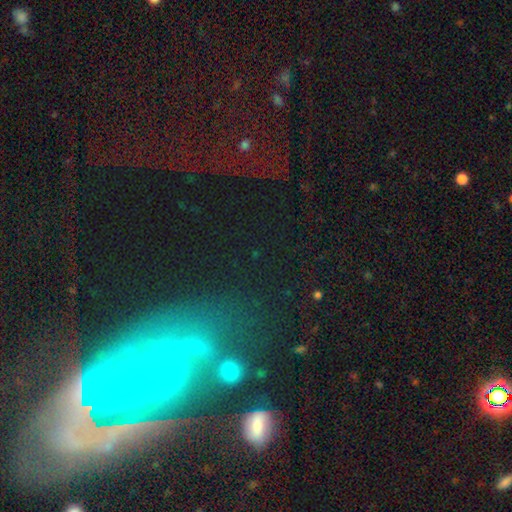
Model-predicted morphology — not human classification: Q: Smooth or featured?
A: featured or disk (57%); runner-up: star or artifact (25%)
Q: Edge-on disk?
A: no (90%); runner-up: yes (10%)
Q: Bar?
A: no (45%); runner-up: weak (31%)
Q: Spiral arms?
A: yes (76%); runner-up: no (24%)
Q: Bulge size?
A: small (63%); runner-up: moderate (20%)
Q: Merging?
A: none (54%); runner-up: major disturbance (19%)